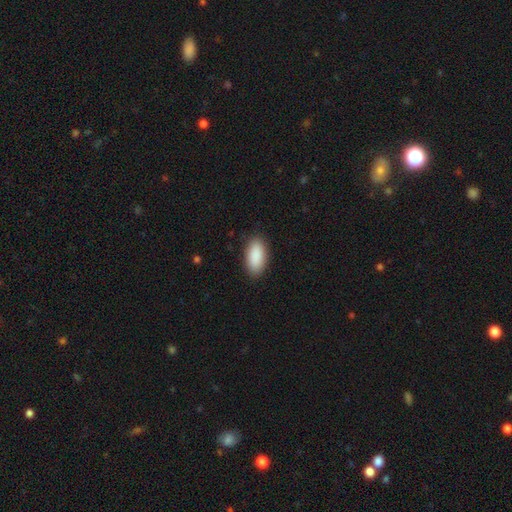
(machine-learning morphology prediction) Smooth or featured? Predicted: smooth (p=0.91). How rounded? Predicted: in between (p=0.93). Merging? Predicted: none (p=0.88).